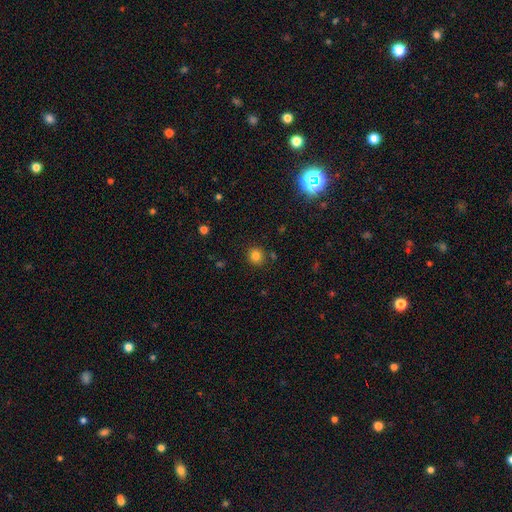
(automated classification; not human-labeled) smooth-or-featured: smooth: 81% | star or artifact: 14% | featured or disk: 5%
  how-rounded: round: 89% | in between: 10% | cigar-shaped: 1%
  merging: none: 86% | minor disturbance: 8% | merger: 3% | major disturbance: 3%